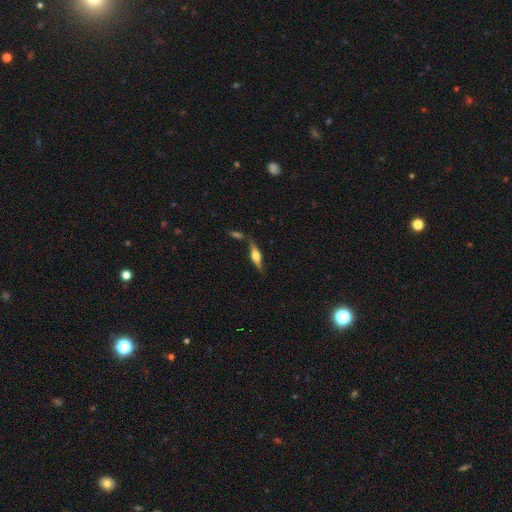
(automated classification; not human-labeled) Smooth or featured: featured or disk — 63% (smooth — 31%)
Edge-on disk: yes — 94% (no — 6%)
Edge-on bulge: rounded — 89% (boxy — 9%)
Merging: none — 70% (minor disturbance — 14%)